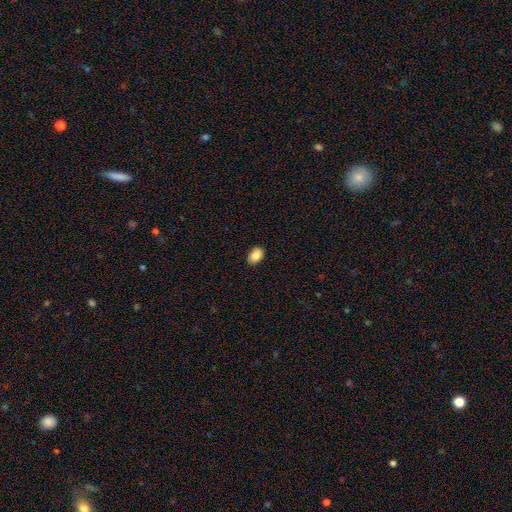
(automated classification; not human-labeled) Overall: smooth (85%). How rounded: in between (82%). Merging: none (89%).